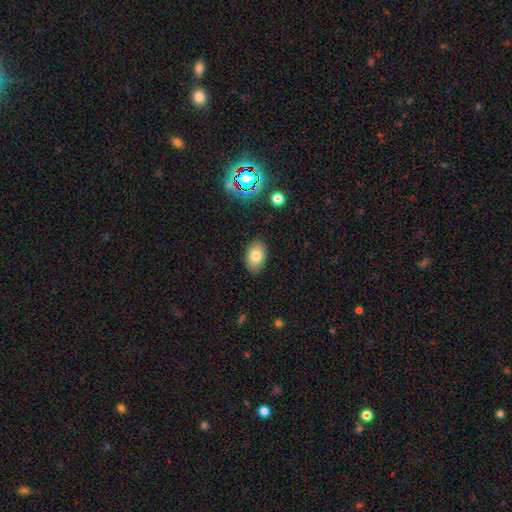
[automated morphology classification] The model was most divided on "smooth or featured": smooth: 79%, featured or disk: 11%, star or artifact: 10%. More confident: how rounded — in between (87%); merging — none (87%).